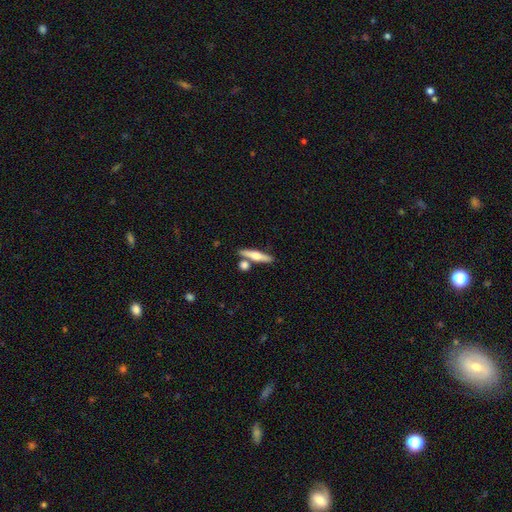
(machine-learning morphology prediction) featured or disk 48%, smooth 46%, star or artifact 6%. Down the decision tree: merging — none (74%).